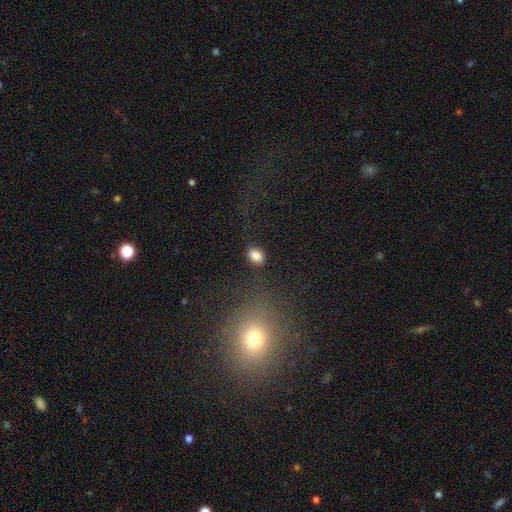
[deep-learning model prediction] smooth_or_featured: smooth (p=0.84) [alt: star or artifact p=0.10]
how_rounded: in between (p=0.74) [alt: round p=0.25]
merging: none (p=0.81) [alt: minor disturbance p=0.12]